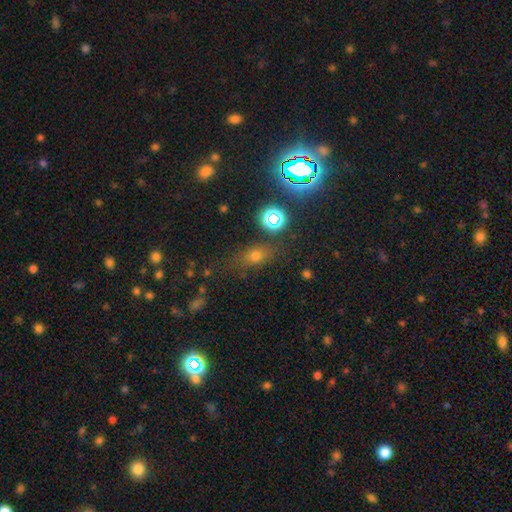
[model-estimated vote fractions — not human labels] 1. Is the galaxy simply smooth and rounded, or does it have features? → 57% smooth, 31% star or artifact, 12% featured or disk.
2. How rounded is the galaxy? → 58% in between, 33% round, 9% cigar-shaped.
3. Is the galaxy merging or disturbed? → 72% none, 16% minor disturbance, 7% major disturbance, 6% merger.